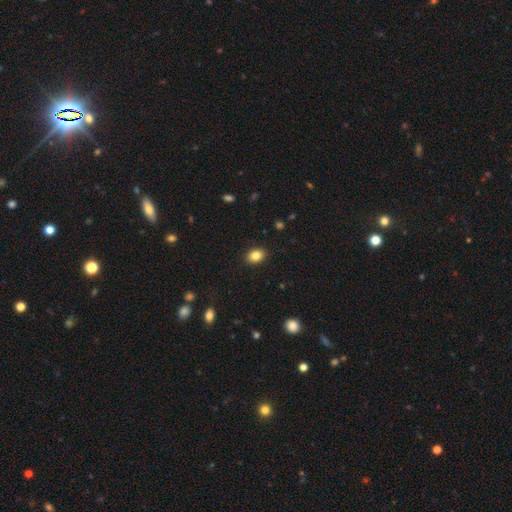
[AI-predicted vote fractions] Smooth or featured?
  - smooth: 85% *
  - star or artifact: 9%
  - featured or disk: 6%
How rounded?
  - in between: 70% *
  - round: 29%
  - cigar-shaped: 1%
Merging?
  - none: 89% *
  - minor disturbance: 8%
  - major disturbance: 2%
  - merger: 1%